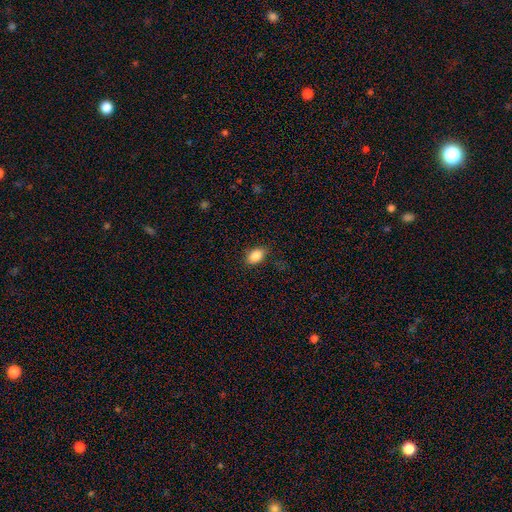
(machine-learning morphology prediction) Smooth or featured? Predicted: smooth (p=0.87). How rounded? Predicted: in between (p=0.85). Merging? Predicted: none (p=0.85).